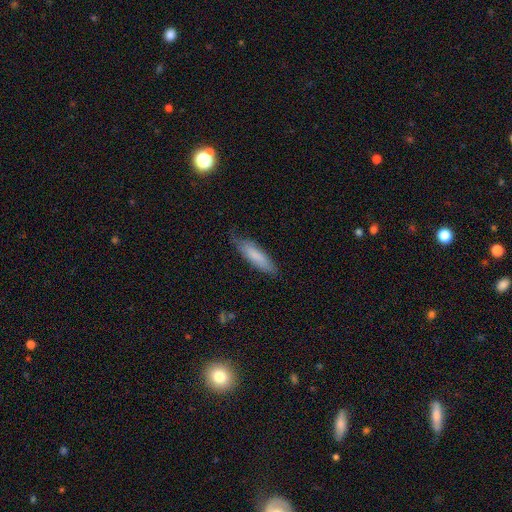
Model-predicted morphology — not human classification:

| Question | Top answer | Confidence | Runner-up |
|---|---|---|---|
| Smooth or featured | smooth | 77% | featured or disk (17%) |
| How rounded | cigar-shaped | 65% | in between (34%) |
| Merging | none | 70% | minor disturbance (24%) |